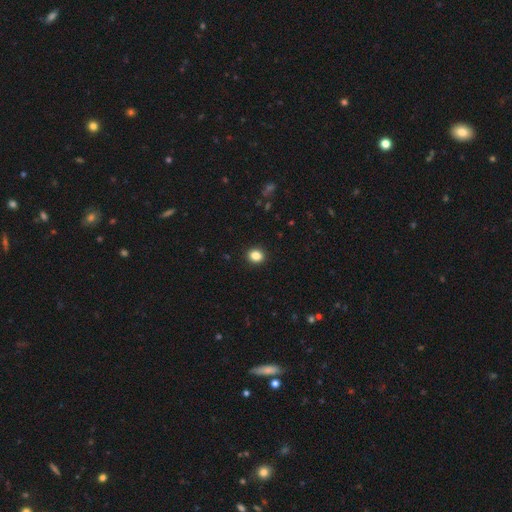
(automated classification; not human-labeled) Q: Smooth or featured?
A: smooth (85%); runner-up: star or artifact (10%)
Q: How rounded?
A: round (64%); runner-up: in between (35%)
Q: Merging?
A: none (91%); runner-up: minor disturbance (6%)